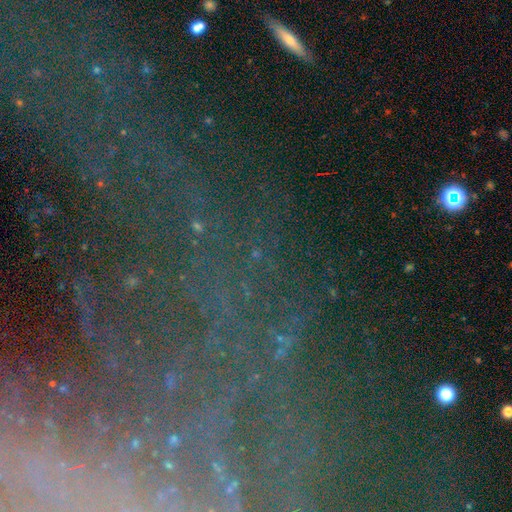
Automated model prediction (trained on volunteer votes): The model was most divided on "smooth or featured": star or artifact: 53%, featured or disk: 32%, smooth: 15%.